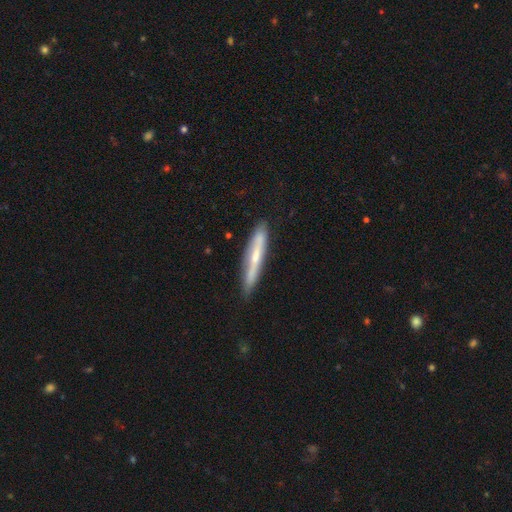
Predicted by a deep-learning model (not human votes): The model was most divided on "smooth or featured": featured or disk: 54%, smooth: 40%, star or artifact: 6%. More confident: edge-on disk — yes (88%); merging — none (85%).